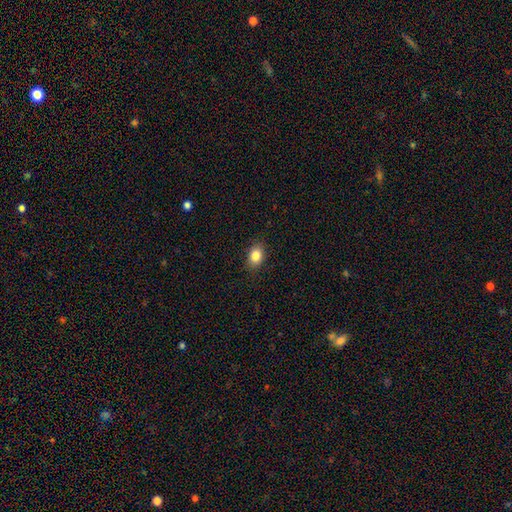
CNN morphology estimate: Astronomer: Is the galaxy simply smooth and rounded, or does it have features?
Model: smooth — 85%.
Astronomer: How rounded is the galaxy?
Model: in between — 73%.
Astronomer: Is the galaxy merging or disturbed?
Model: none — 87%.